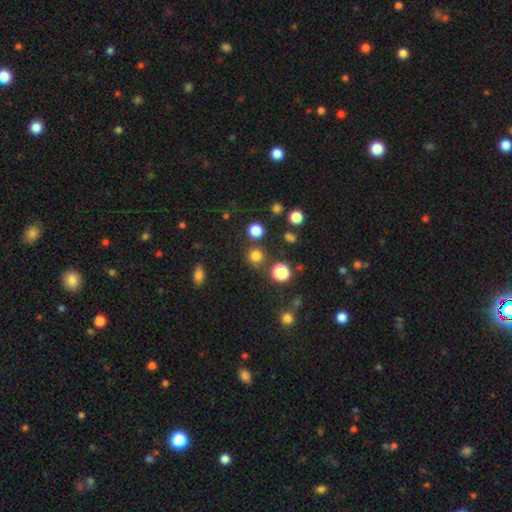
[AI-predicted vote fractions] Smooth or featured? smooth (78%)
How rounded? round (92%)
Merging? none (81%)